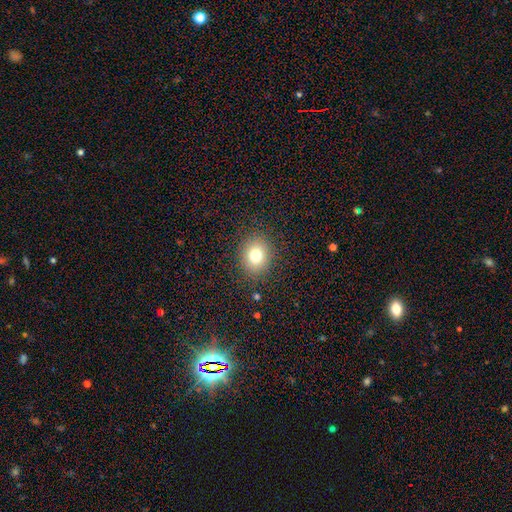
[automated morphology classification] This is likely a smooth galaxy (77%). How rounded: likely round (66%). Merging: clearly none (88%).